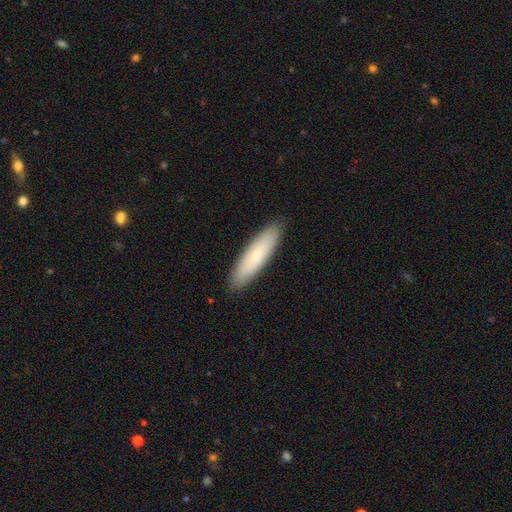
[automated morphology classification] smooth-or-featured: smooth: 77% | featured or disk: 17% | star or artifact: 6%
  how-rounded: cigar-shaped: 75% | in between: 24% | round: 1%
  merging: none: 91% | minor disturbance: 7% | major disturbance: 1% | merger: 1%